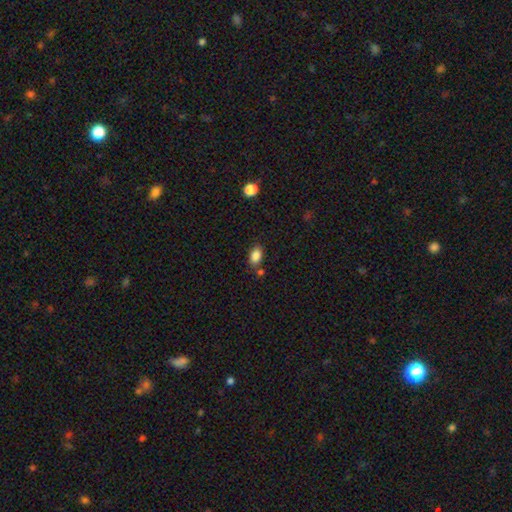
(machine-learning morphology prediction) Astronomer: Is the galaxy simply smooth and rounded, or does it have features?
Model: smooth — 86%.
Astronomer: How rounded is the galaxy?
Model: in between — 87%.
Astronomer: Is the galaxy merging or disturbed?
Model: none — 75%.